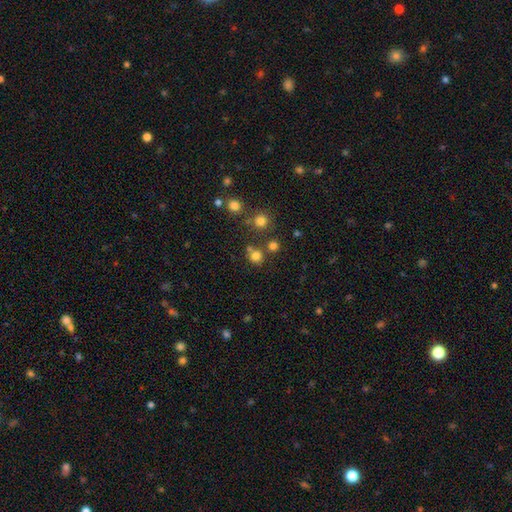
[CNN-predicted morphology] The model was most divided on "merging": none: 69%, merger: 18%, minor disturbance: 9%, major disturbance: 4%. More confident: how rounded — round (87%); smooth or featured — smooth (75%).